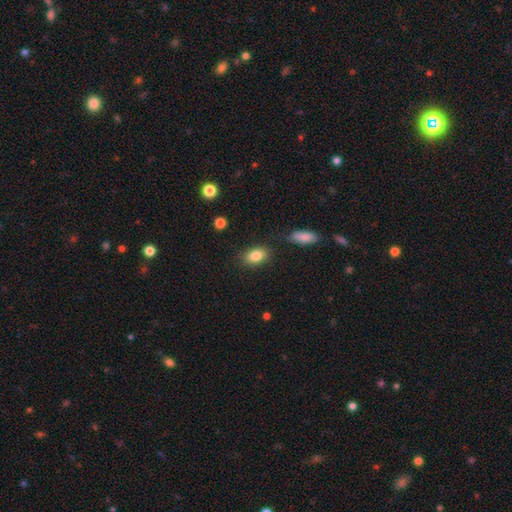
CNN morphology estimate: smooth-or-featured: smooth: 84% | featured or disk: 8% | star or artifact: 8%
  how-rounded: in between: 85% | round: 13% | cigar-shaped: 2%
  merging: none: 80% | minor disturbance: 13% | merger: 4% | major disturbance: 3%